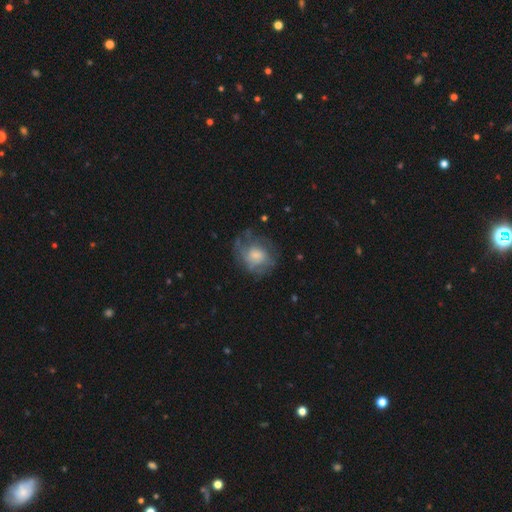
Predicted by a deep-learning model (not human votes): Morphology: type=smooth (48%); merging=none (55%).